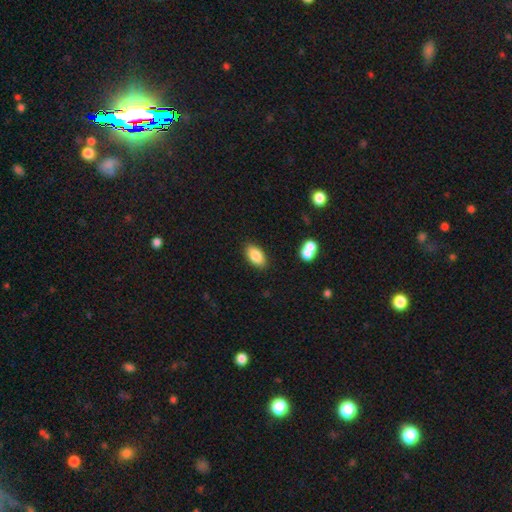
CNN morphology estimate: Smooth or featured?
  - smooth: 85% *
  - star or artifact: 8%
  - featured or disk: 8%
How rounded?
  - in between: 92% *
  - round: 5%
  - cigar-shaped: 3%
Merging?
  - none: 86% *
  - minor disturbance: 9%
  - merger: 3%
  - major disturbance: 2%